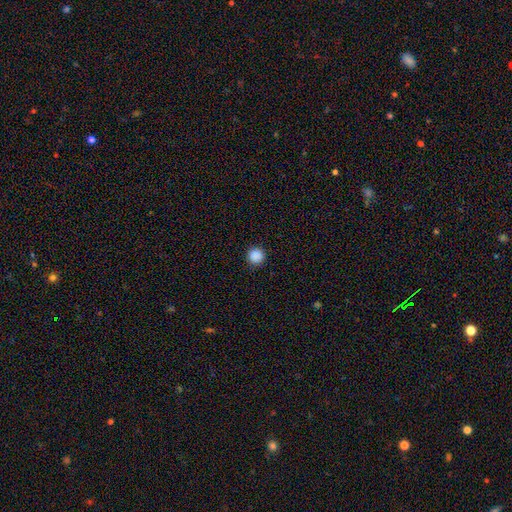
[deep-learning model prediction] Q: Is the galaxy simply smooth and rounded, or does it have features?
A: smooth — 88%.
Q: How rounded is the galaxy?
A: round — 96%.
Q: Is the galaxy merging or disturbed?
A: none — 92%.